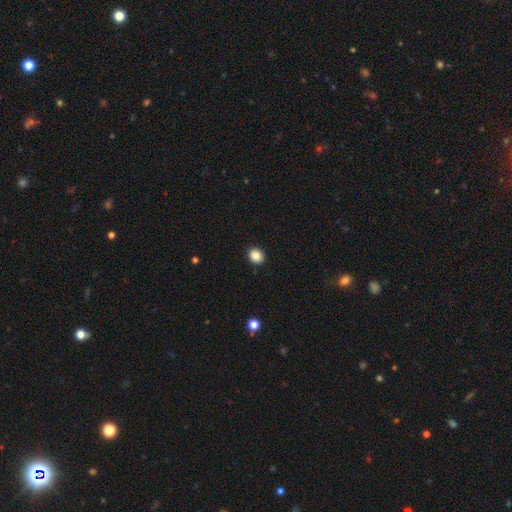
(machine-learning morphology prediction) Smooth or featured? smooth (87%)
How rounded? round (63%)
Merging? none (91%)